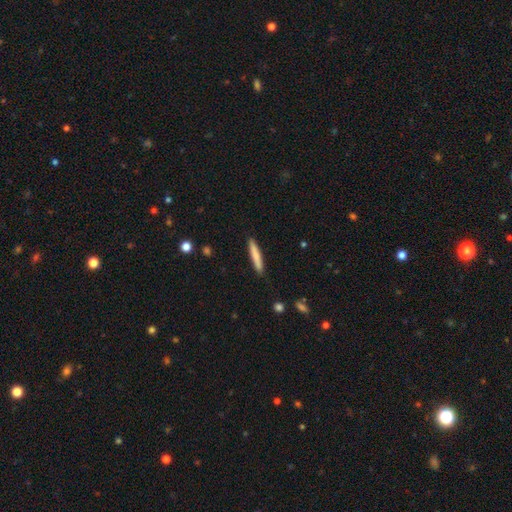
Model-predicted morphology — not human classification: This is likely a smooth galaxy (76%). How rounded: clearly cigar-shaped (94%). Merging: clearly none (89%).